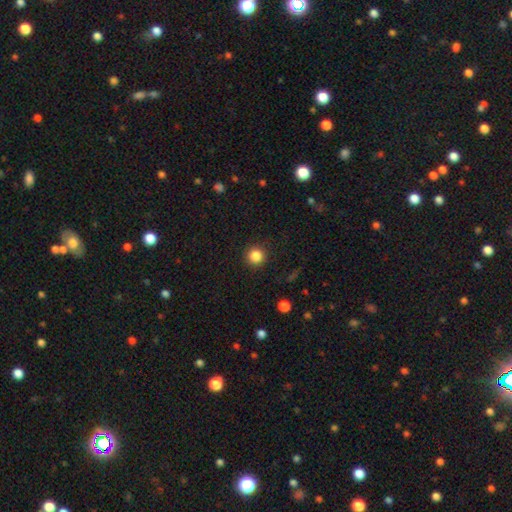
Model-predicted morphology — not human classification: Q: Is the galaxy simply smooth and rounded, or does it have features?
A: smooth — 85%.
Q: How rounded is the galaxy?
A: round — 95%.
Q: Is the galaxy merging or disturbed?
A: none — 91%.